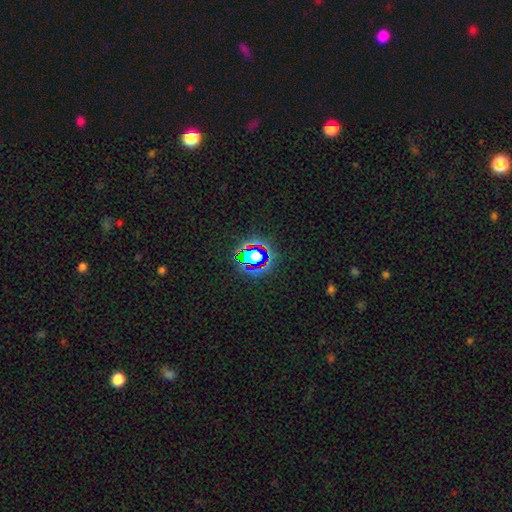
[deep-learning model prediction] A star or artifact, not a galaxy (63%).